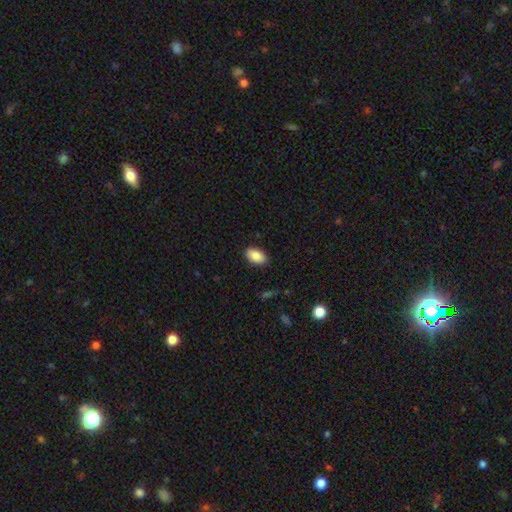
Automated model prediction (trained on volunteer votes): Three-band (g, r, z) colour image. It shows a smooth galaxy with no disk features (87%) that is in between round and cigar-shaped (94%). Merging: none (86%).